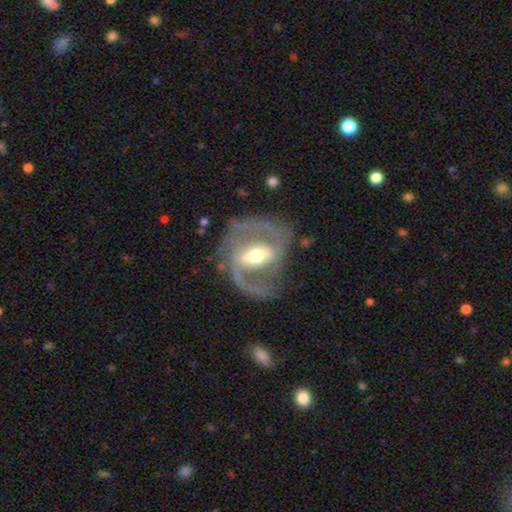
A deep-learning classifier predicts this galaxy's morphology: Q: Smooth or featured?
A: featured or disk (88%); runner-up: smooth (7%)
Q: Edge-on disk?
A: no (96%); runner-up: yes (4%)
Q: Bar?
A: strong (54%); runner-up: weak (34%)
Q: Spiral arms?
A: yes (92%); runner-up: no (8%)
Q: Spiral winding?
A: medium (55%); runner-up: loose (23%)
Q: Spiral arm count?
A: 2 (89%); runner-up: can't tell (4%)
Q: Bulge size?
A: moderate (67%); runner-up: small (18%)
Q: Merging?
A: none (75%); runner-up: minor disturbance (14%)